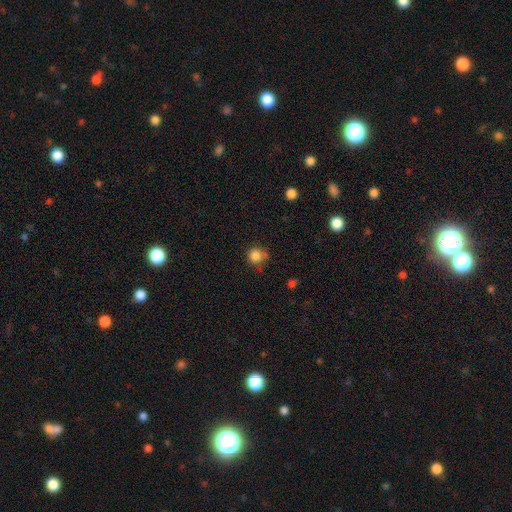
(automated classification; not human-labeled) Q: Smooth or featured?
A: smooth (83%); runner-up: star or artifact (11%)
Q: How rounded?
A: round (88%); runner-up: in between (11%)
Q: Merging?
A: none (62%); runner-up: minor disturbance (24%)